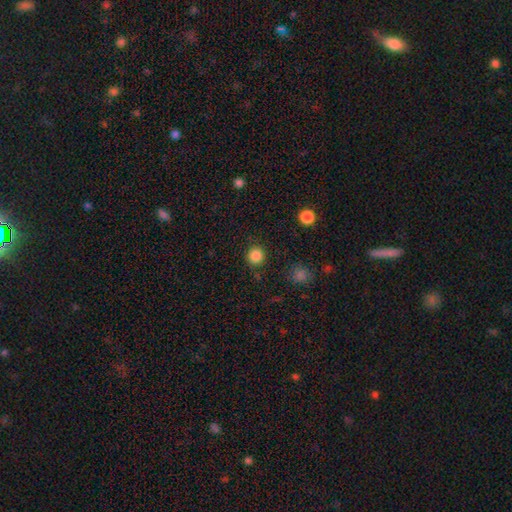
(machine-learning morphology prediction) smooth-or-featured: smooth: 85% | star or artifact: 11% | featured or disk: 3%
  how-rounded: round: 93% | in between: 6% | cigar-shaped: 1%
  merging: none: 89% | minor disturbance: 6% | major disturbance: 3% | merger: 2%